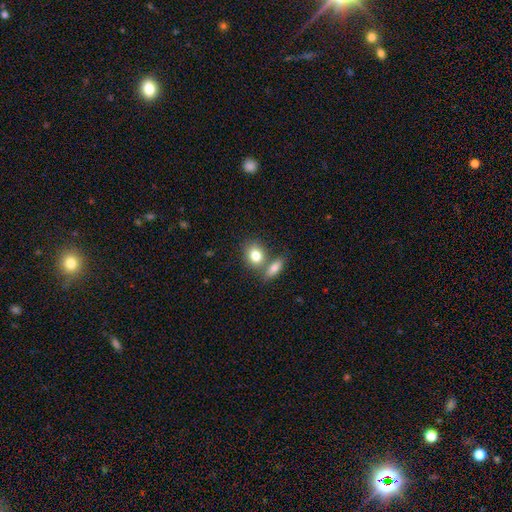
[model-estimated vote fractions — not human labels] The model was most divided on "how rounded": in between: 54%, round: 44%, cigar-shaped: 2%. Remaining: smooth or featured — smooth (80%); merging — none (49%).